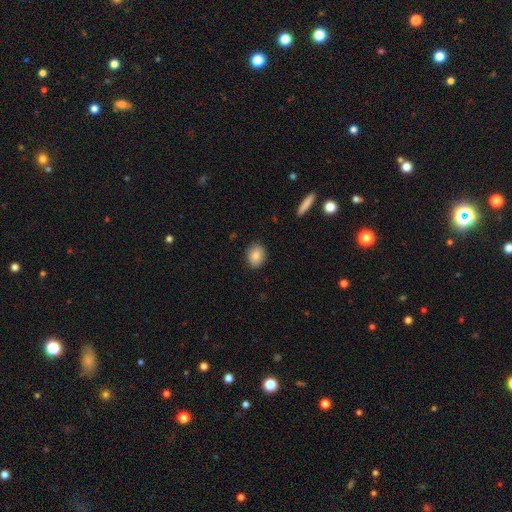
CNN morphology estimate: smooth_or_featured: smooth (p=0.86) [alt: star or artifact p=0.08]
how_rounded: round (p=0.51) [alt: in between p=0.48]
merging: none (p=0.87) [alt: minor disturbance p=0.09]